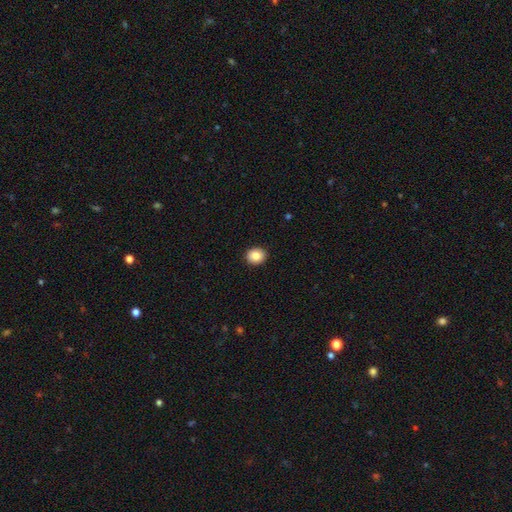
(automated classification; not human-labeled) Smooth or featured? smooth (84%)
How rounded? round (70%)
Merging? none (92%)